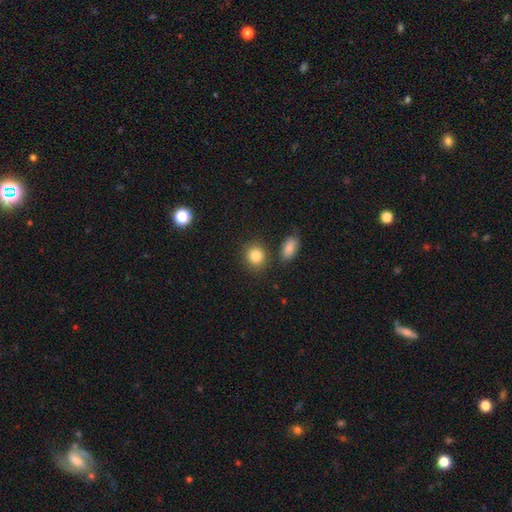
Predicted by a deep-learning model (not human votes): A smooth galaxy with no disk features (85%) that is round (76%). Merging: none (78%).